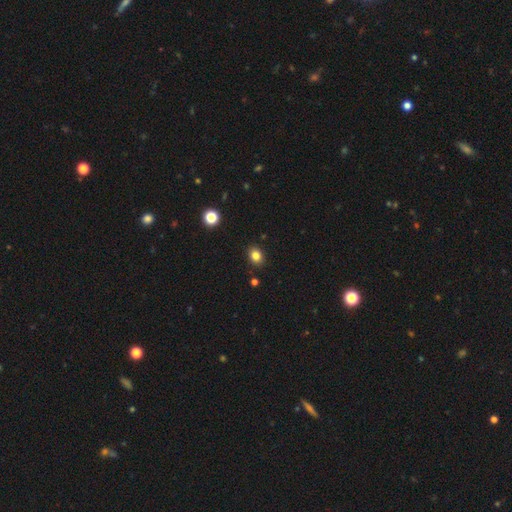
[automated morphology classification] Smooth or featured: smooth — 82% (star or artifact — 12%)
How rounded: round — 50% (in between — 49%)
Merging: none — 89% (minor disturbance — 8%)